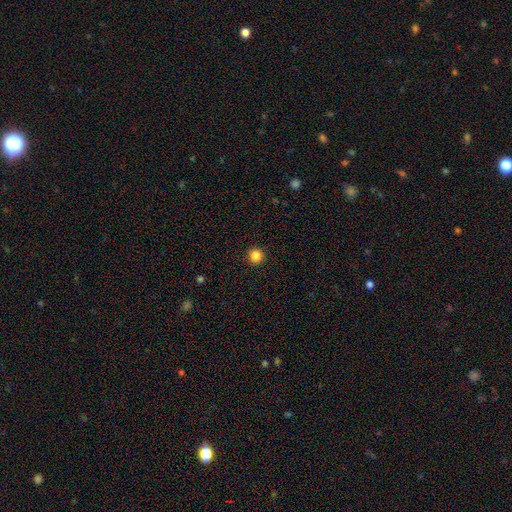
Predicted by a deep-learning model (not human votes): A smooth galaxy with no disk features (85%) that is round (95%).

Vote fractions:
- Smooth or featured? smooth: 85% / star or artifact: 12% / featured or disk: 4%
- How rounded? round: 95% / in between: 4% / cigar-shaped: 1%
- Merging? none: 93% / minor disturbance: 4% / major disturbance: 2% / merger: 1%